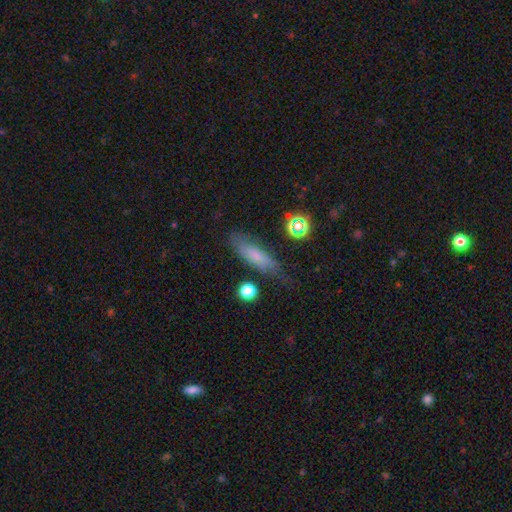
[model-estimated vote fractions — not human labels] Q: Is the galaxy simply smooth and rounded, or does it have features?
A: smooth — 66%.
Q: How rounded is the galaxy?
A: cigar-shaped — 53%.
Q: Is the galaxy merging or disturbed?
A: none — 64%.